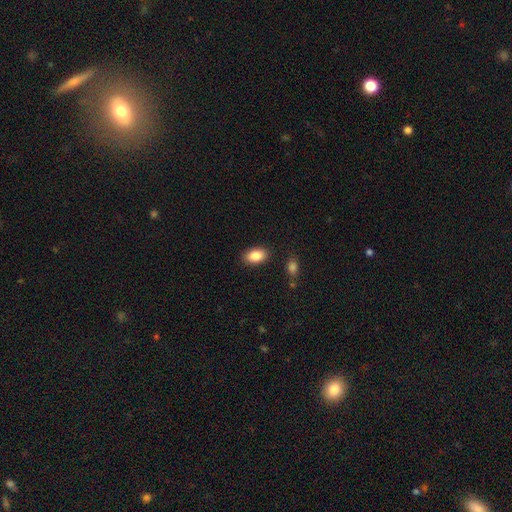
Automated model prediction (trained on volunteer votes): Overall: smooth (87%). How rounded: in between (91%). Merging: none (86%).